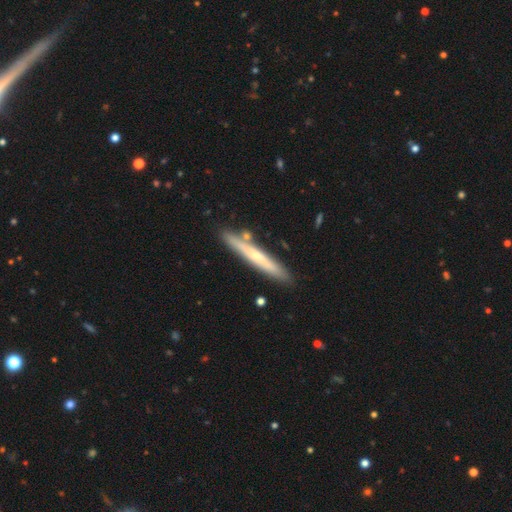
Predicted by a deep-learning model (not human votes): smooth-or-featured: featured or disk: 48% | smooth: 46% | star or artifact: 6%
  merging: none: 84% | minor disturbance: 10% | merger: 4% | major disturbance: 2%